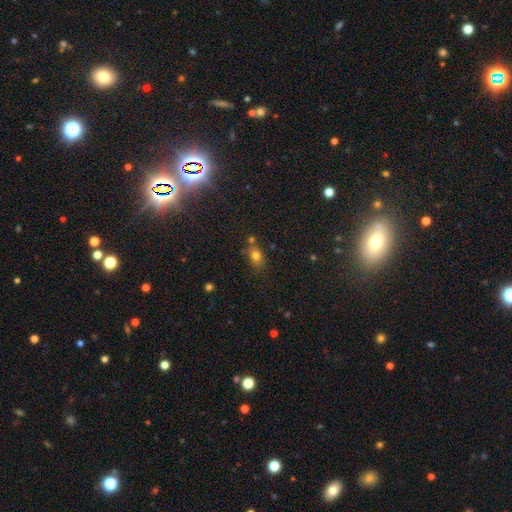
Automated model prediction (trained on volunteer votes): Smooth or featured?
  - smooth: 75% *
  - star or artifact: 14%
  - featured or disk: 11%
How rounded?
  - in between: 73% *
  - round: 23%
  - cigar-shaped: 4%
Merging?
  - none: 68% *
  - minor disturbance: 17%
  - merger: 11%
  - major disturbance: 4%